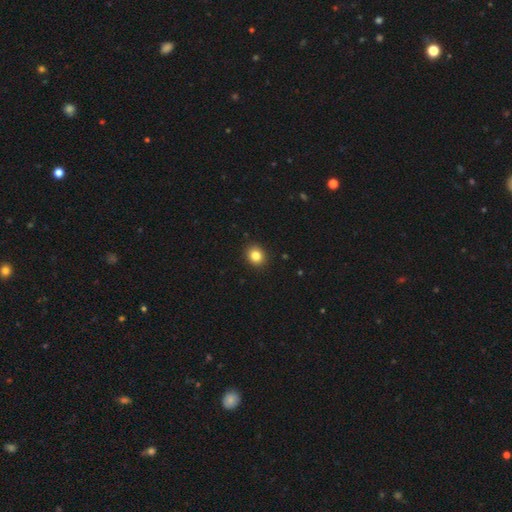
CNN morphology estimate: Overall: smooth (84%). How rounded: round (75%). Merging: none (91%).